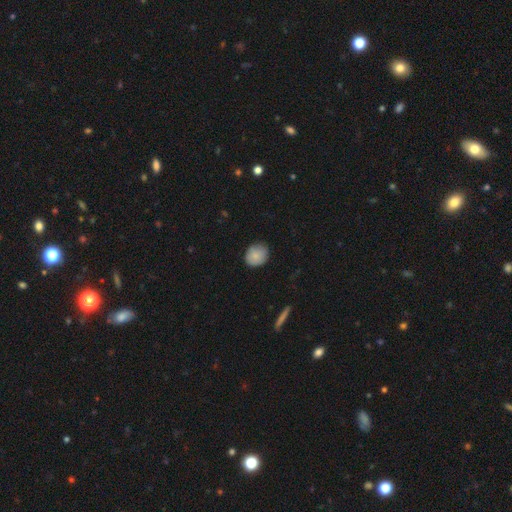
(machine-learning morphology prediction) smooth-or-featured: smooth: 84% | featured or disk: 8% | star or artifact: 8%
  how-rounded: round: 70% | in between: 29% | cigar-shaped: 1%
  merging: none: 81% | minor disturbance: 15% | major disturbance: 3% | merger: 1%